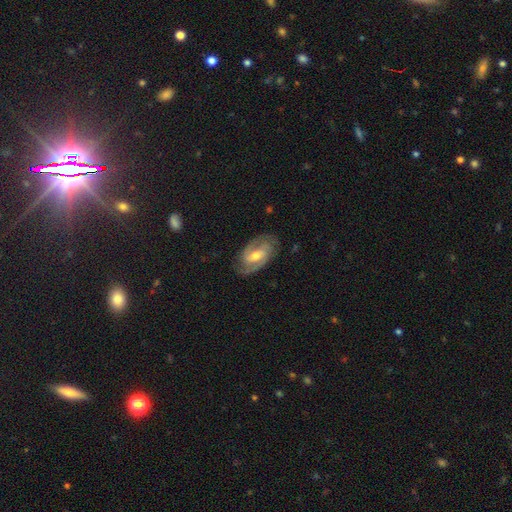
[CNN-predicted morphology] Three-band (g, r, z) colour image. It shows a featured or disk galaxy (86%) with a weak bar (46%), 2 (85%) medium (45%) spiral arms (96%) and a moderate central bulge (63%). Merging: none (80%).